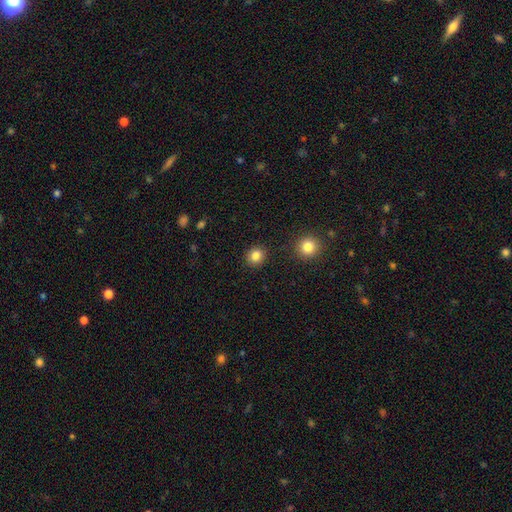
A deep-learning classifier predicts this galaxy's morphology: Smooth or featured?
  - smooth: 85% *
  - star or artifact: 11%
  - featured or disk: 5%
How rounded?
  - round: 84% *
  - in between: 16%
  - cigar-shaped: 1%
Merging?
  - none: 90% *
  - minor disturbance: 6%
  - major disturbance: 2%
  - merger: 2%